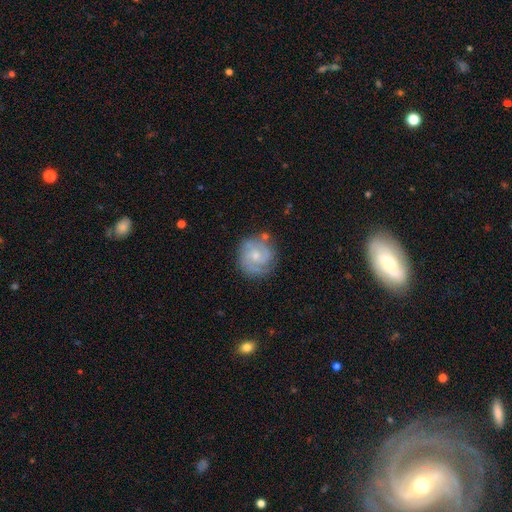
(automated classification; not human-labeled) featured or disk 78%, smooth 16%, star or artifact 5%. Down the decision tree: edge-on disk — no (98%); bar — no (62%); spiral arms — yes (95%); spiral arm count — 2 (65%); spiral winding — tight (54%); bulge size — small (58%); merging — none (76%).